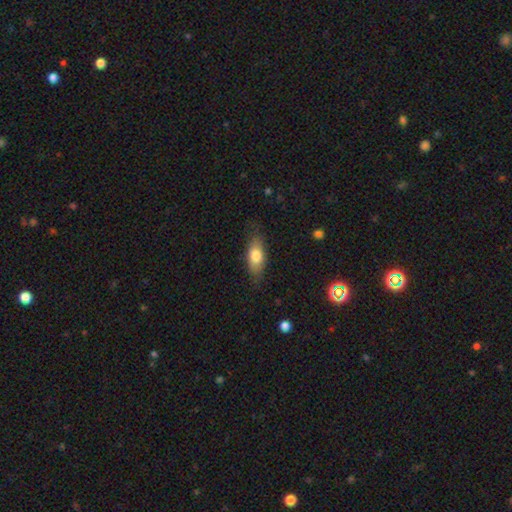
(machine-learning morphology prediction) This appears to be a smooth galaxy with no disk features (76%) that is in between round and cigar-shaped (78%). Merging: none (77%).